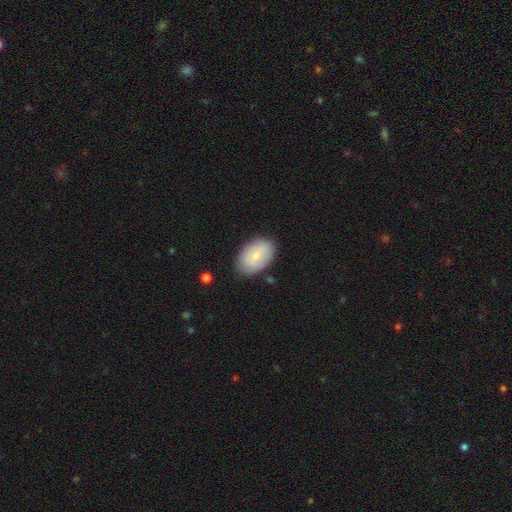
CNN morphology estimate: Smooth or featured? Predicted: smooth (p=0.69). How rounded? Predicted: in between (p=0.89). Merging? Predicted: none (p=0.81).